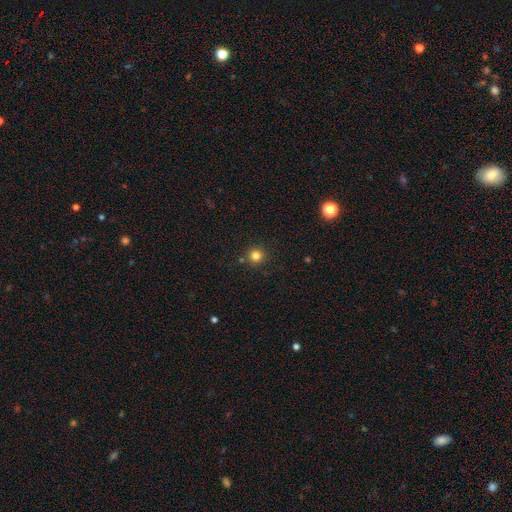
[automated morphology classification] This is clearly a smooth galaxy (82%). How rounded: clearly round (95%). Merging: clearly none (87%).